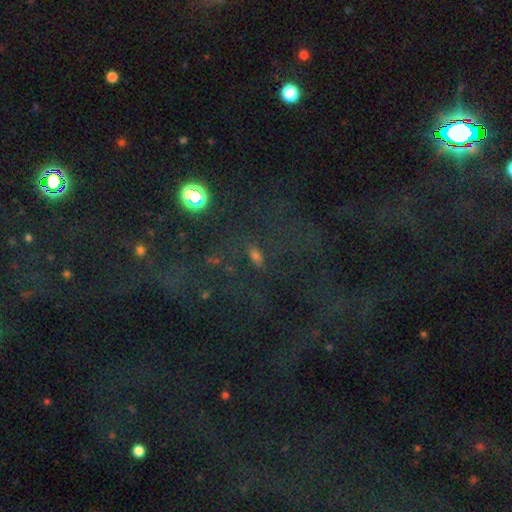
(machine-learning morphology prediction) type=smooth (43%); merging=none (69%).